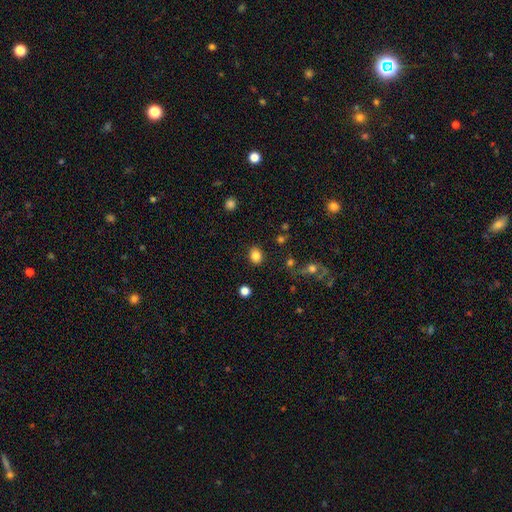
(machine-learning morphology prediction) Smooth or featured? smooth (84%)
How rounded? round (54%)
Merging? none (86%)